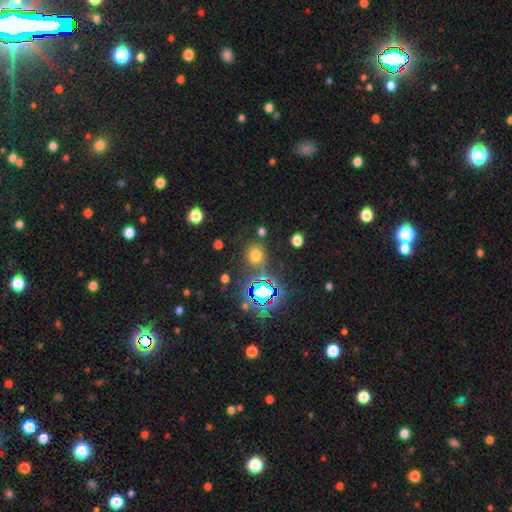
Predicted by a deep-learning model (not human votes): smooth_or_featured: smooth (p=0.60) [alt: star or artifact p=0.33]
how_rounded: round (p=0.82) [alt: in between p=0.16]
merging: none (p=0.77) [alt: minor disturbance p=0.11]